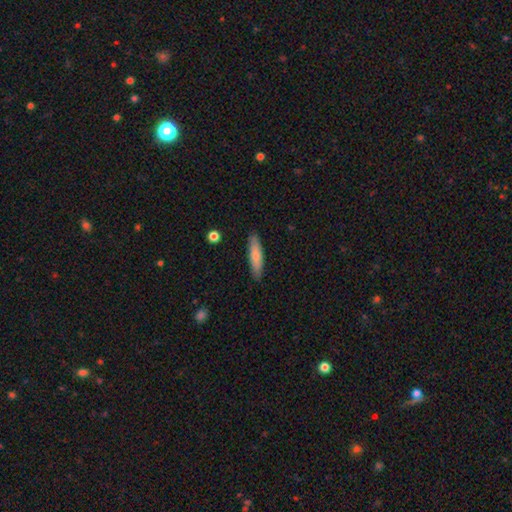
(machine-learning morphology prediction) Smooth or featured? Predicted: smooth (p=0.74). How rounded? Predicted: cigar-shaped (p=0.77). Merging? Predicted: none (p=0.88).